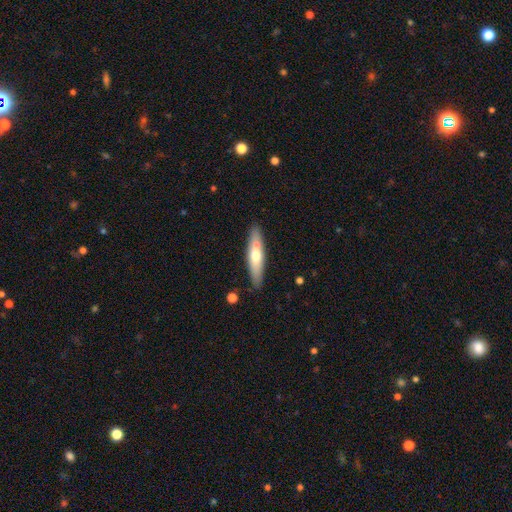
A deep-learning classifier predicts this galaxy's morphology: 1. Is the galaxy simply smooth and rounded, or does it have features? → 54% smooth, 41% featured or disk, 5% star or artifact.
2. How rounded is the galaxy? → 76% cigar-shaped, 23% in between, 2% round.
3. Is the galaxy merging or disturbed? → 81% none, 12% minor disturbance, 5% merger, 2% major disturbance.